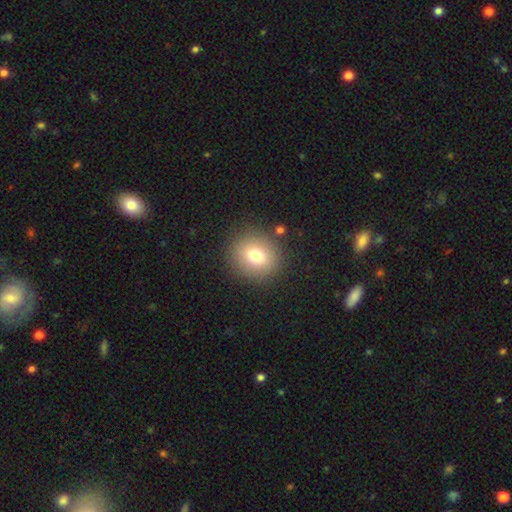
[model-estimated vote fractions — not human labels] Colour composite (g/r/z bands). It shows a smooth galaxy with no disk features (76%) that is round (84%). Merging: none (86%).